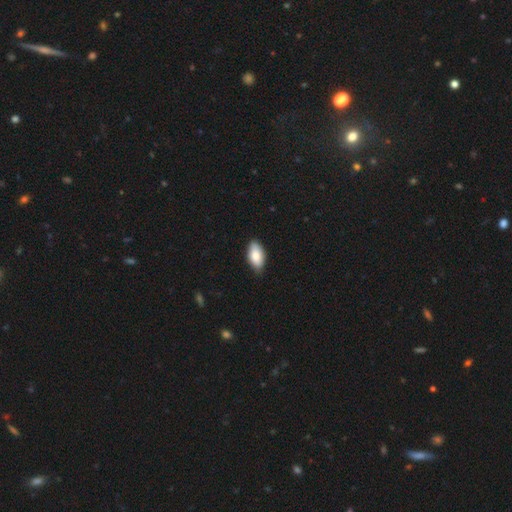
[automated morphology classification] This appears to be a smooth galaxy with no disk features (82%) that is in between round and cigar-shaped (93%). Merging: none (82%).